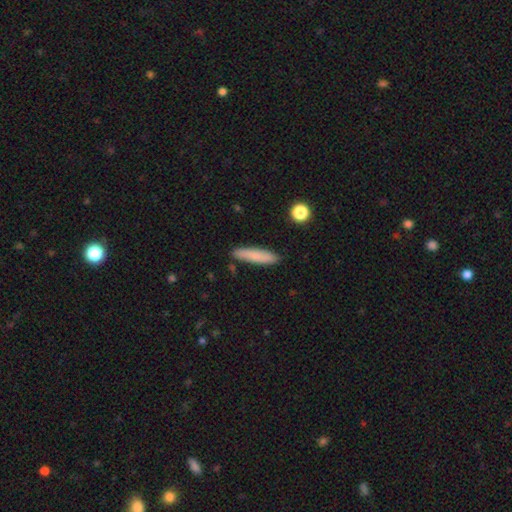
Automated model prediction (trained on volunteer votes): This is clearly a smooth galaxy (80%). How rounded: clearly cigar-shaped (84%). Merging: clearly none (86%).